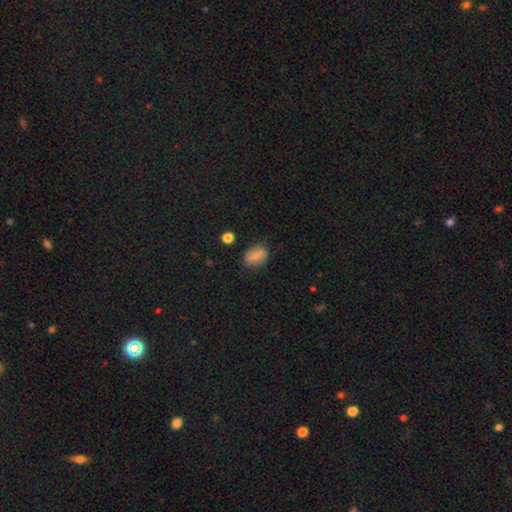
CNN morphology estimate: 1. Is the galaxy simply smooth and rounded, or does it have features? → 81% smooth, 10% star or artifact, 9% featured or disk.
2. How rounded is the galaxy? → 81% in between, 16% round, 3% cigar-shaped.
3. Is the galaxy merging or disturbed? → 75% none, 18% minor disturbance, 5% major disturbance, 2% merger.